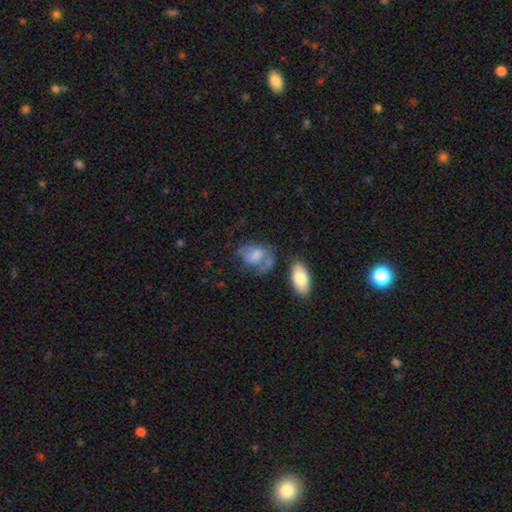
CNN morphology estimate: A smooth galaxy with no disk features (48%). Merging: none (34%).